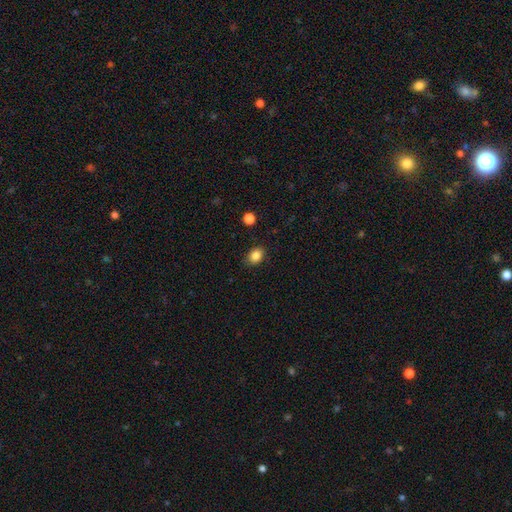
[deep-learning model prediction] smooth_or_featured: smooth (p=0.86) [alt: star or artifact p=0.10]
how_rounded: in between (p=0.63) [alt: round p=0.36]
merging: none (p=0.84) [alt: minor disturbance p=0.12]